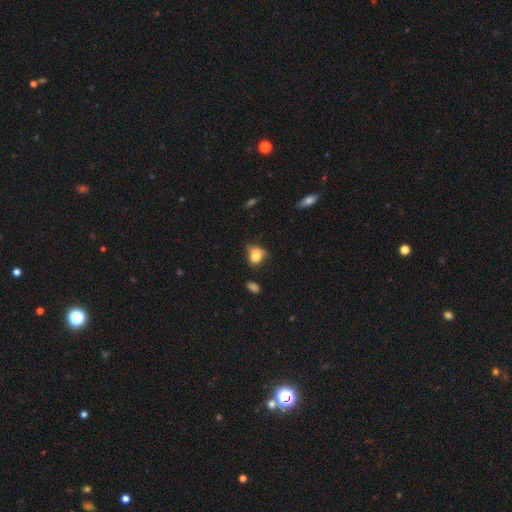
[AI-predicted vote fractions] Smooth or featured? smooth (74%)
How rounded? in between (50%)
Merging? none (38%)